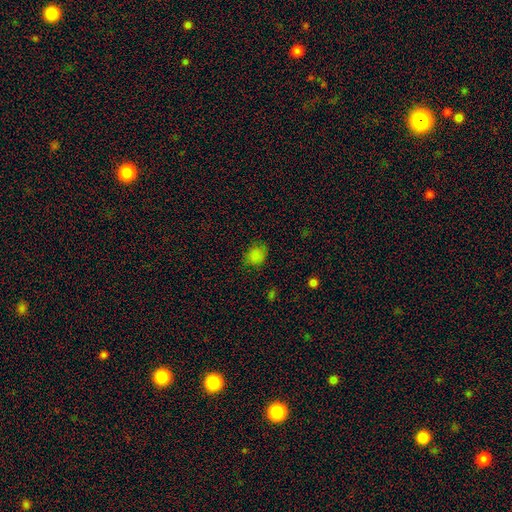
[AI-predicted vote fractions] Overall: smooth (81%). How rounded: round (57%; in between 42%). Merging: none (75%).